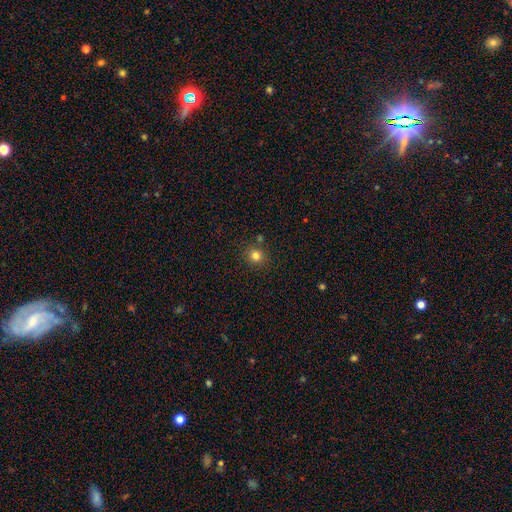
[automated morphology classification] smooth 81%, star or artifact 13%, featured or disk 6%. Down the decision tree: how rounded — round (86%); merging — none (83%).